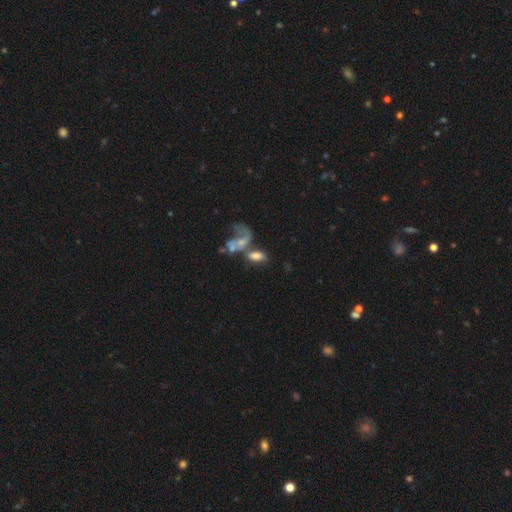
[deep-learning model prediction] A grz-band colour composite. It shows a smooth galaxy with no disk features (57%) that is in between round and cigar-shaped (86%). Merging: merger (52%).